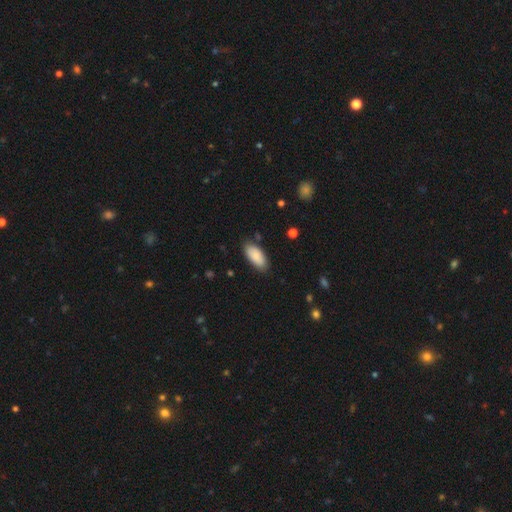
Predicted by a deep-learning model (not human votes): Smooth or featured: smooth — 85% (featured or disk — 9%)
How rounded: in between — 90% (cigar-shaped — 8%)
Merging: none — 82% (minor disturbance — 14%)